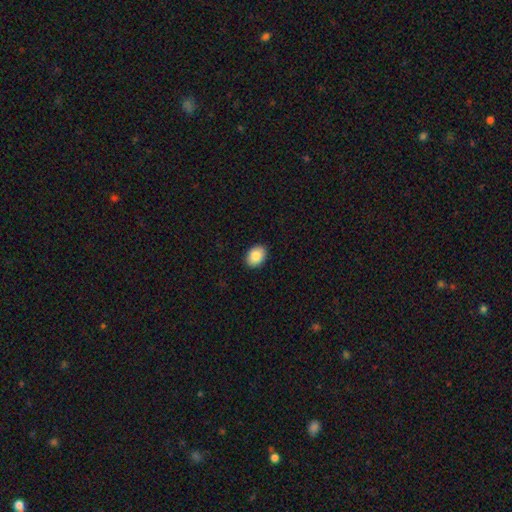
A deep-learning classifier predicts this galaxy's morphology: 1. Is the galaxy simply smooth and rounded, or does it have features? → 87% smooth, 7% star or artifact, 6% featured or disk.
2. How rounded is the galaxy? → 74% in between, 25% round, 1% cigar-shaped.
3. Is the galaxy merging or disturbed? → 91% none, 6% minor disturbance, 2% major disturbance, 1% merger.